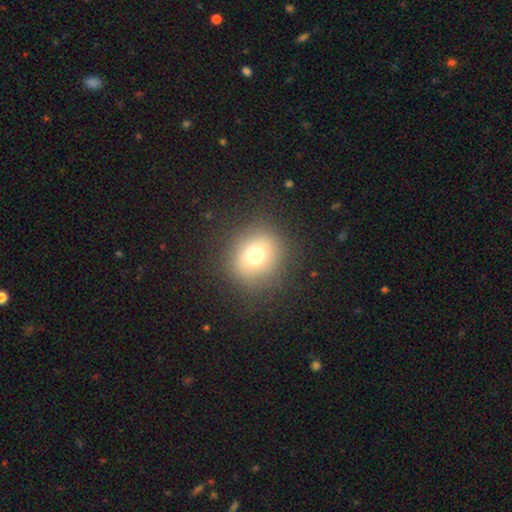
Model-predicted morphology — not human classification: A smooth galaxy with no disk features (70%) that is round (83%). Merging: none (85%).